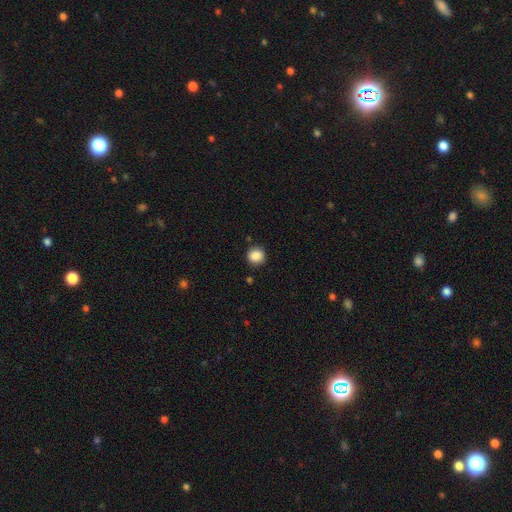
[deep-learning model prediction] Morphology: type=smooth (87%); roundness=round (93%); merging=none (89%).